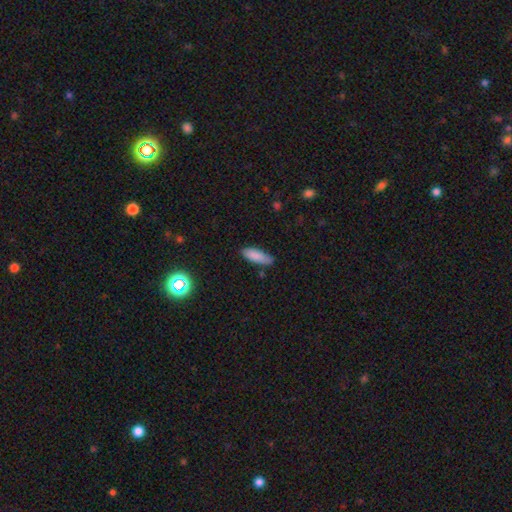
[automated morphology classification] This appears to be a smooth galaxy with no disk features (86%) that is in between round and cigar-shaped (56%). Merging: none (81%).